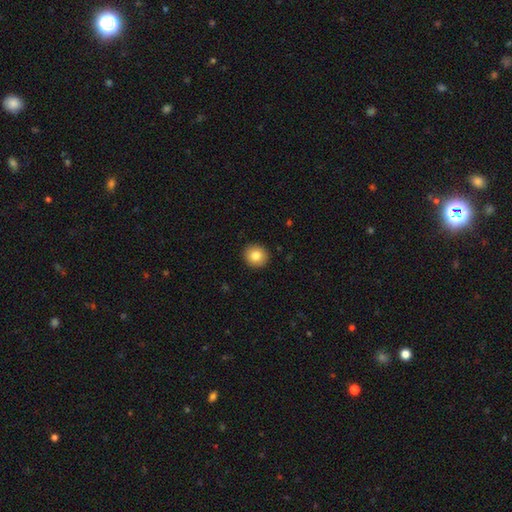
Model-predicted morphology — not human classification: smooth-or-featured: smooth: 83% | star or artifact: 9% | featured or disk: 8%
  how-rounded: round: 90% | in between: 9% | cigar-shaped: 1%
  merging: none: 92% | minor disturbance: 5% | major disturbance: 2% | merger: 1%